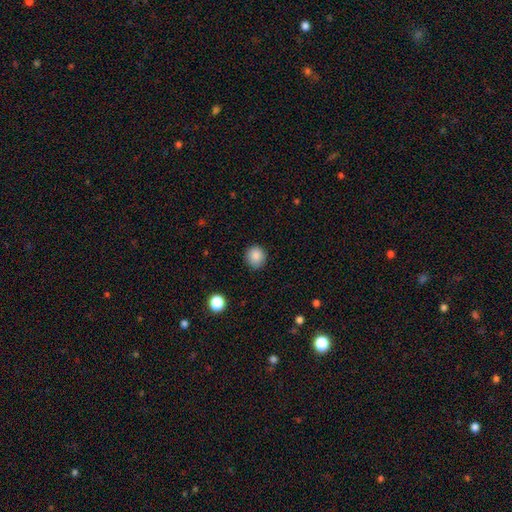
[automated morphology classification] Q: Smooth or featured?
A: smooth (87%); runner-up: star or artifact (10%)
Q: How rounded?
A: round (86%); runner-up: in between (13%)
Q: Merging?
A: none (88%); runner-up: minor disturbance (9%)